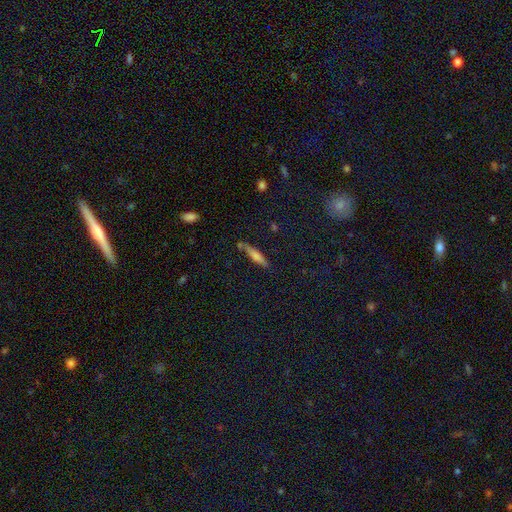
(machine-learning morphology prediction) A smooth galaxy with no disk features (54%) that is cigar-shaped (84%).

Vote fractions:
- Smooth or featured? smooth: 54% / featured or disk: 36% / star or artifact: 10%
- How rounded? cigar-shaped: 84% / in between: 14% / round: 2%
- Merging? none: 78% / minor disturbance: 14% / merger: 5% / major disturbance: 3%